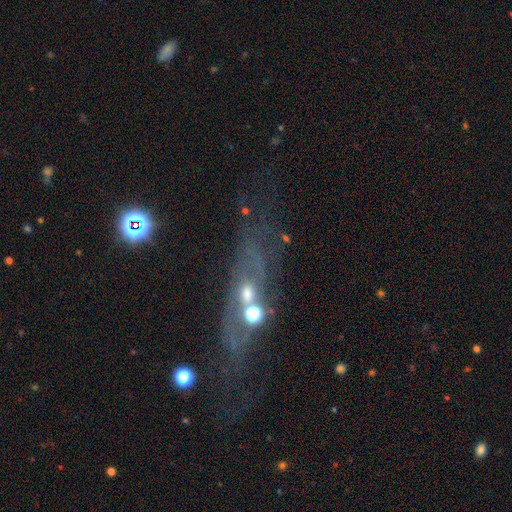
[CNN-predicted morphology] type=featured or disk (50%); edge-on=no (68%); merging=none (50%).